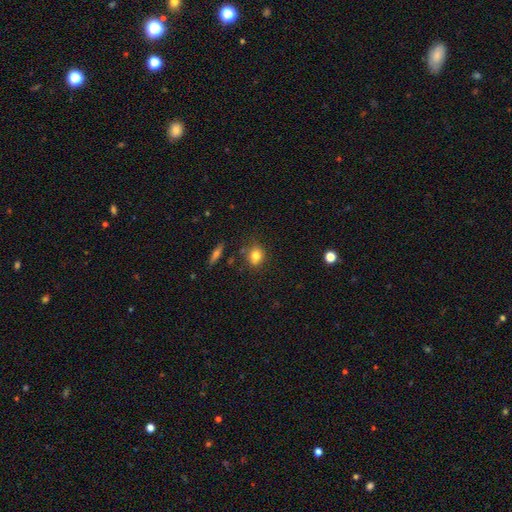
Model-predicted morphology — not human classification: A smooth galaxy with no disk features (80%) that is round (56%). Merging: none (73%).